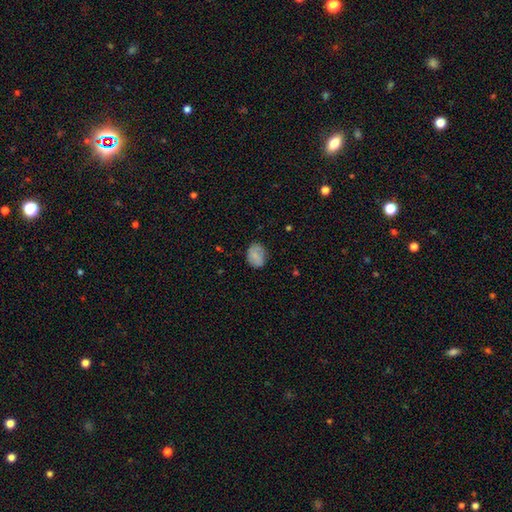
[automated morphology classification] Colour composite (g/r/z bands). It shows a smooth galaxy with no disk features (80%) that is in between round and cigar-shaped (63%). Merging: none (73%).